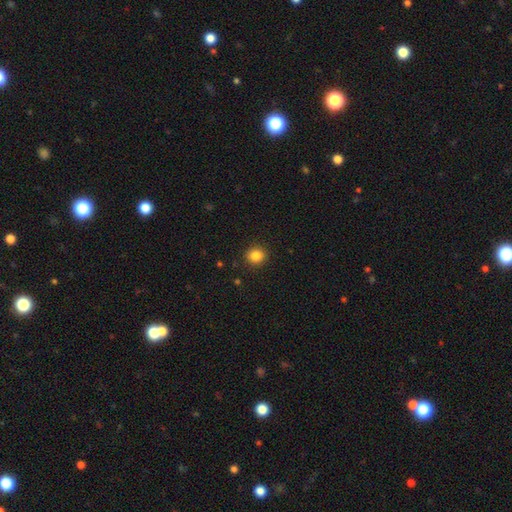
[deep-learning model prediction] This appears to be a smooth galaxy with no disk features (85%) that is round (86%). Merging: none (91%).